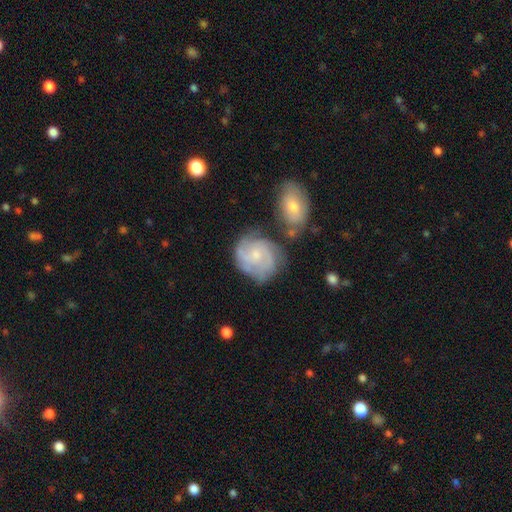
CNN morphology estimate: A featured or disk galaxy (72%) with no bar (66%), 2 (32%) tight (50%) spiral arms (91%) and a small central bulge (60%).

Vote fractions:
- Smooth or featured? featured or disk: 72% / smooth: 22% / star or artifact: 6%
- Edge-on disk? no: 98% / yes: 2%
- Bar? no: 66% / weak: 30% / strong: 4%
- Spiral arms? yes: 91% / no: 9%
- Spiral winding? tight: 50% / medium: 39% / loose: 11%
- Spiral arm count? 2: 32% / 3: 27% / can't tell: 27% / 4: 6% / 1: 4% / more than 4: 4%
- Bulge size? small: 60% / moderate: 30% / none: 7% / large: 2% / dominant: 1%
- Merging? none: 56% / minor disturbance: 21% / merger: 14% / major disturbance: 9%